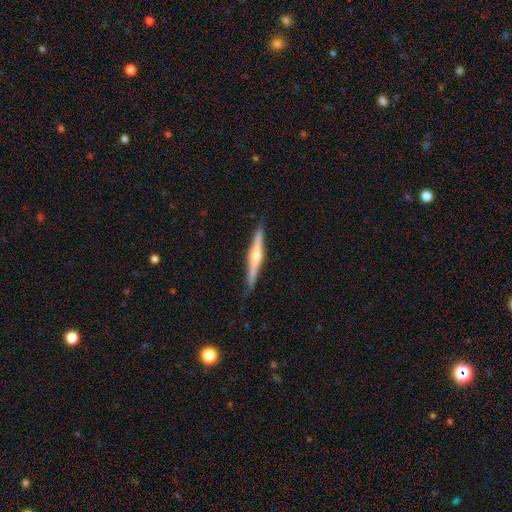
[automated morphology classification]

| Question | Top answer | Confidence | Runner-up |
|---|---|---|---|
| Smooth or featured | featured or disk | 71% | smooth (24%) |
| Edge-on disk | yes | 98% | no (2%) |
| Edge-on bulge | rounded | 86% | none (8%) |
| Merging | none | 88% | minor disturbance (9%) |